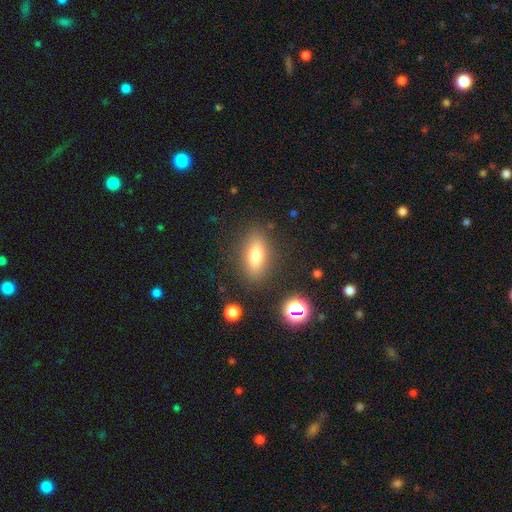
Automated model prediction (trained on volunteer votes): smooth-or-featured: smooth: 72% | featured or disk: 18% | star or artifact: 10%
  how-rounded: in between: 75% | cigar-shaped: 19% | round: 6%
  merging: none: 83% | minor disturbance: 11% | major disturbance: 4% | merger: 2%